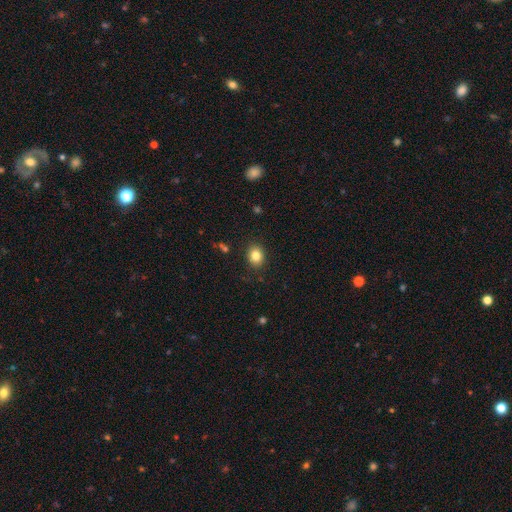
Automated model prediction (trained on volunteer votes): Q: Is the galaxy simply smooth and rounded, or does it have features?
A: smooth — 82%.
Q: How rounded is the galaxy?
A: round — 55%.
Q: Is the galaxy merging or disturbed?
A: none — 88%.